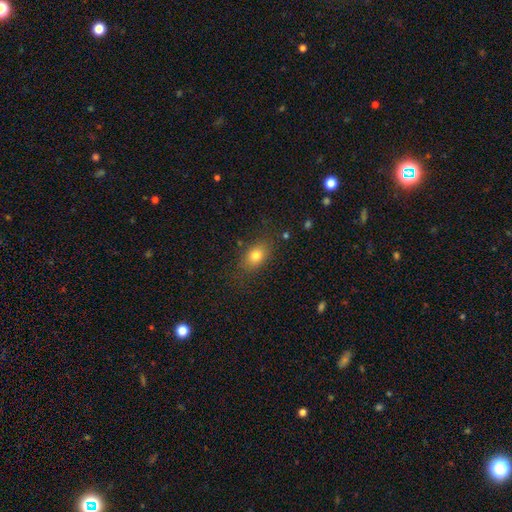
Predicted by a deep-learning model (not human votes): Morphology: type=smooth (78%); roundness=in between (75%); merging=none (78%).